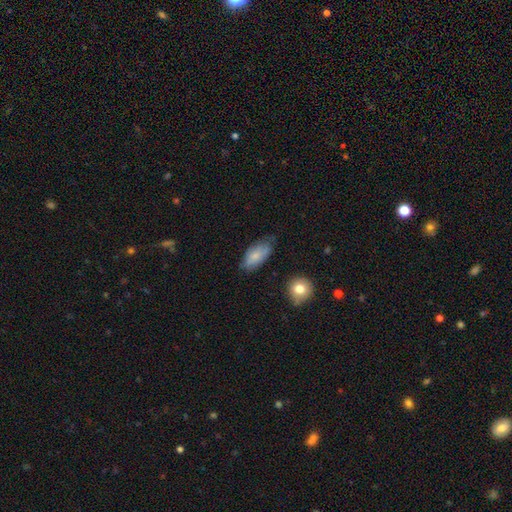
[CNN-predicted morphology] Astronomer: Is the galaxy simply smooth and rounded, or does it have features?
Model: smooth — 77%.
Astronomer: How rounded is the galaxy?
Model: in between — 90%.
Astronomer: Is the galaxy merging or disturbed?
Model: none — 62%.